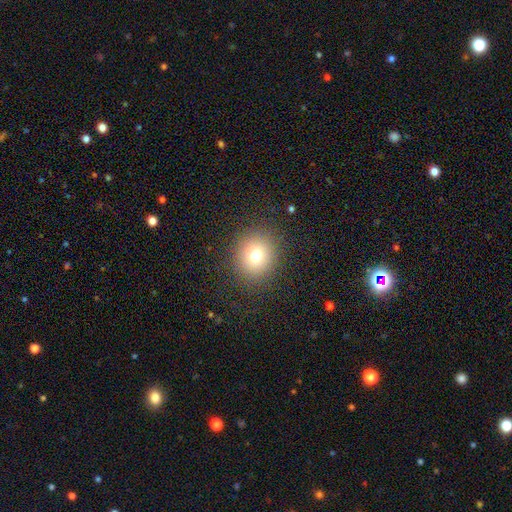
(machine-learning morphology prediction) Smooth or featured: smooth — 74% (star or artifact — 15%)
How rounded: round — 82% (in between — 17%)
Merging: none — 88% (minor disturbance — 7%)